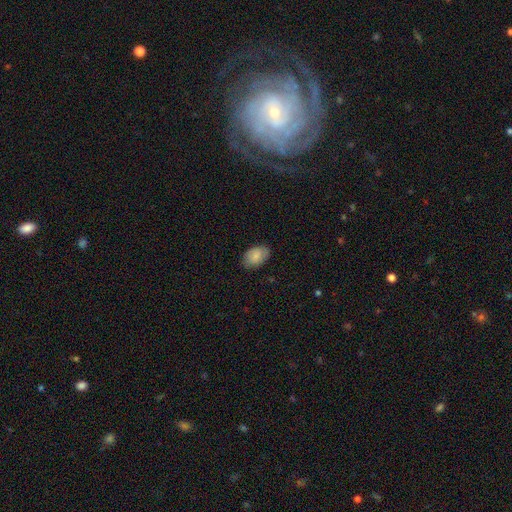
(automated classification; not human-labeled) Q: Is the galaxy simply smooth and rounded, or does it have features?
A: smooth — 85%.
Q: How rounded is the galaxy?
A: in between — 88%.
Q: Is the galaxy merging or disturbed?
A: none — 83%.